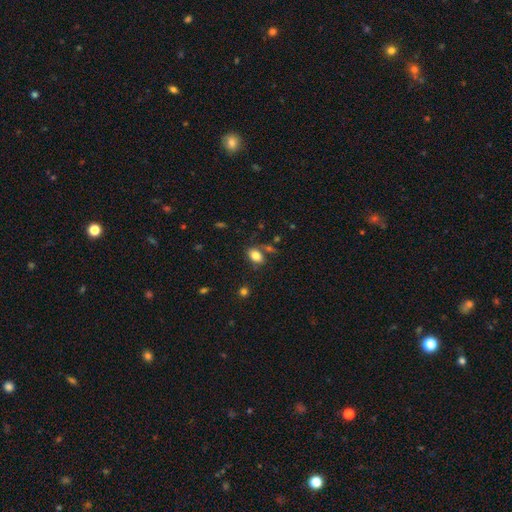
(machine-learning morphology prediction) Smooth or featured?
  - smooth: 81% *
  - star or artifact: 10%
  - featured or disk: 9%
How rounded?
  - in between: 85% *
  - round: 13%
  - cigar-shaped: 2%
Merging?
  - none: 68% *
  - minor disturbance: 16%
  - merger: 11%
  - major disturbance: 5%